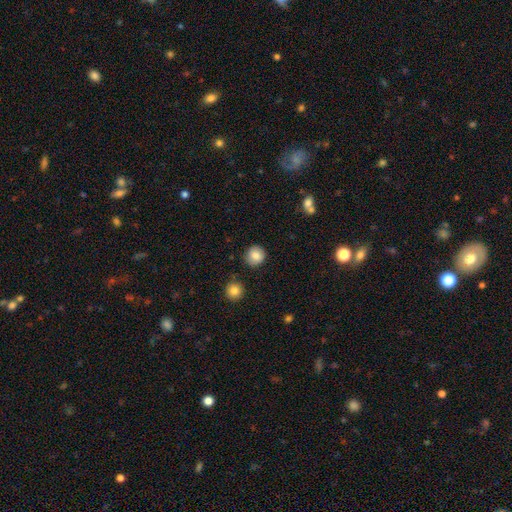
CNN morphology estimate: type=smooth (83%); roundness=round (90%); merging=none (86%).